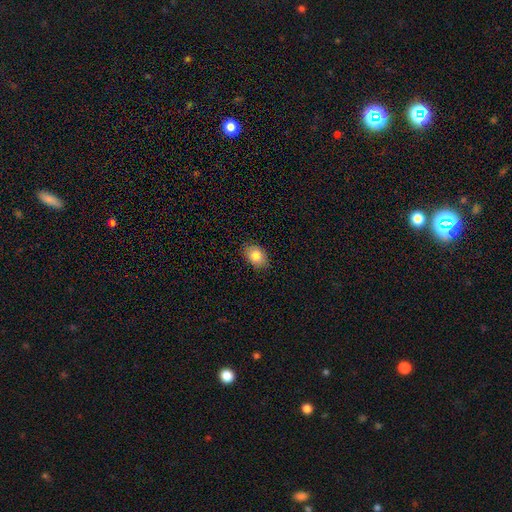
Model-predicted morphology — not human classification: This is clearly a smooth galaxy (83%). How rounded: likely in between (78%). Merging: clearly none (87%).